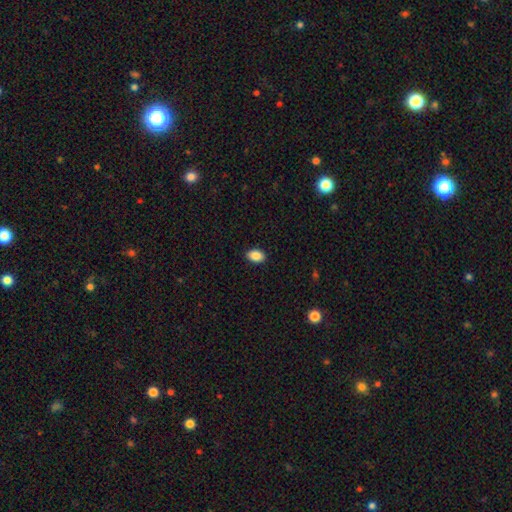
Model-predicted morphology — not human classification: A smooth galaxy with no disk features (88%) that is in between round and cigar-shaped (86%). Merging: none (90%).